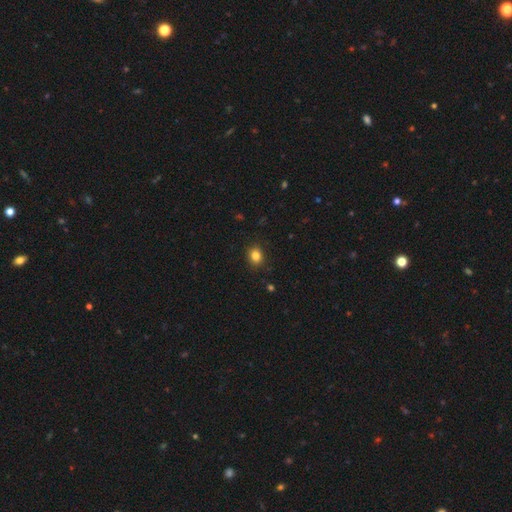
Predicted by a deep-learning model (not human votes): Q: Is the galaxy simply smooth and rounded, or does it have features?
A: smooth — 84%.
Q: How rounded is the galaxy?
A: round — 54%.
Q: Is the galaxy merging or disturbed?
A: none — 88%.